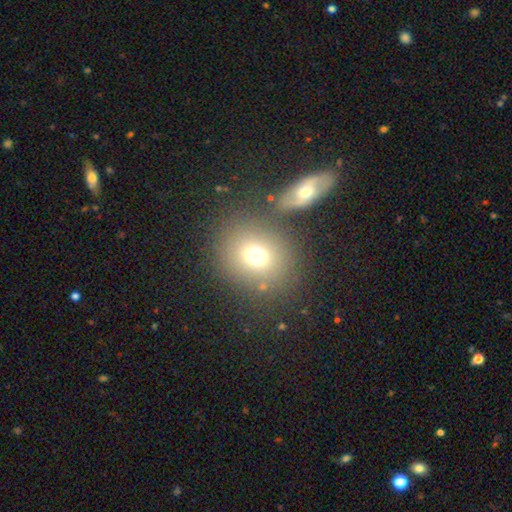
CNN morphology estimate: Smooth or featured?
  - smooth: 72% *
  - star or artifact: 16%
  - featured or disk: 12%
How rounded?
  - round: 76% *
  - in between: 23%
  - cigar-shaped: 1%
Merging?
  - none: 67% *
  - merger: 17%
  - minor disturbance: 10%
  - major disturbance: 6%